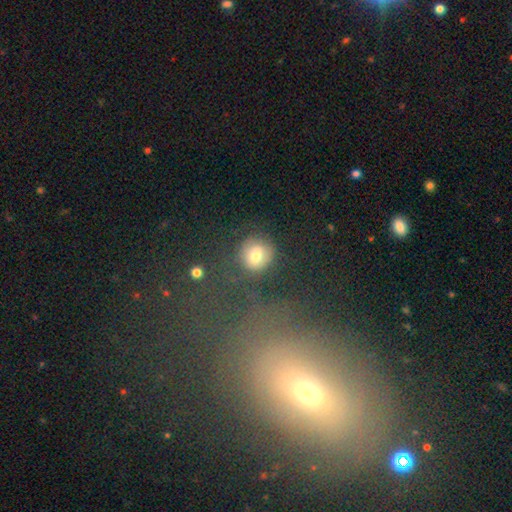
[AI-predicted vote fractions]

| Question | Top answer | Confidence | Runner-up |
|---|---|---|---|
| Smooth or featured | smooth | 72% | featured or disk (14%) |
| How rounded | round | 83% | in between (15%) |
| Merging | none | 72% | minor disturbance (15%) |